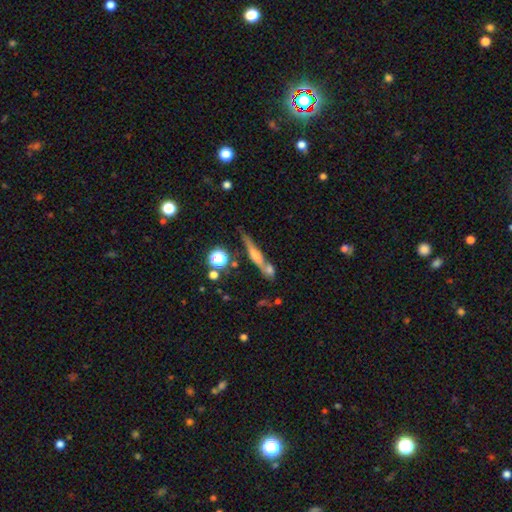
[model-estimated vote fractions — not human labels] A featured or disk galaxy (57%) viewed edge-on (89%) with a rounded central bulge (73%).

Vote fractions:
- Smooth or featured? featured or disk: 57% / smooth: 32% / star or artifact: 12%
- Edge-on disk? yes: 89% / no: 11%
- Edge-on bulge? rounded: 73% / none: 14% / boxy: 13%
- Merging? none: 57% / merger: 23% / minor disturbance: 14% / major disturbance: 5%